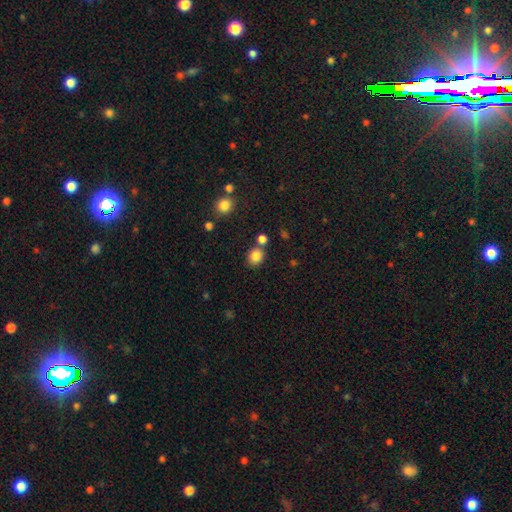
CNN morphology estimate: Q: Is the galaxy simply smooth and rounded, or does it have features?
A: smooth — 84%.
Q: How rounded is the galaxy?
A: round — 69%.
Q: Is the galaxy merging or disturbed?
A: none — 73%.